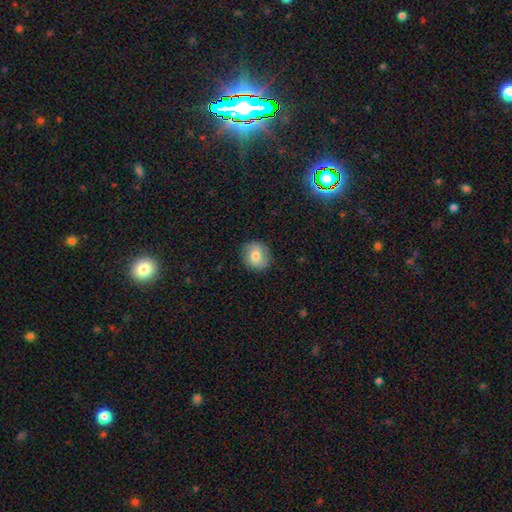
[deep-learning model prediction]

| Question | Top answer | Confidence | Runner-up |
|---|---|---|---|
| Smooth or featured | smooth | 77% | featured or disk (15%) |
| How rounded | round | 80% | in between (19%) |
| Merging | none | 87% | minor disturbance (10%) |